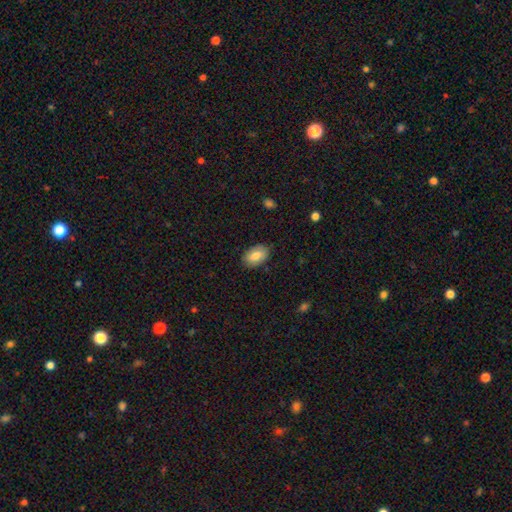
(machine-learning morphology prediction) A smooth galaxy with no disk features (79%) that is in between round and cigar-shaped (92%). Merging: none (85%).